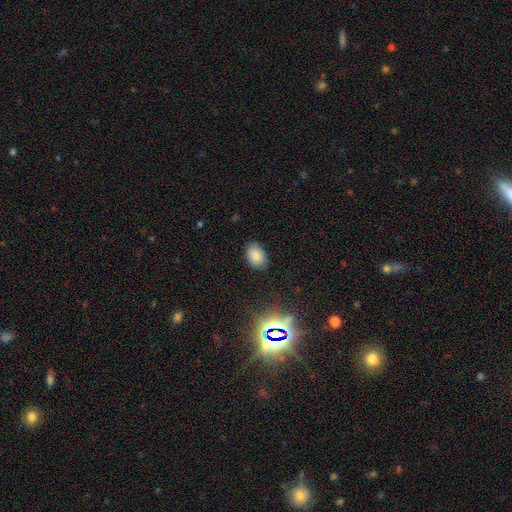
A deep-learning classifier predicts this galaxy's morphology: Overall: smooth (82%). How rounded: in between (81%). Merging: none (83%).